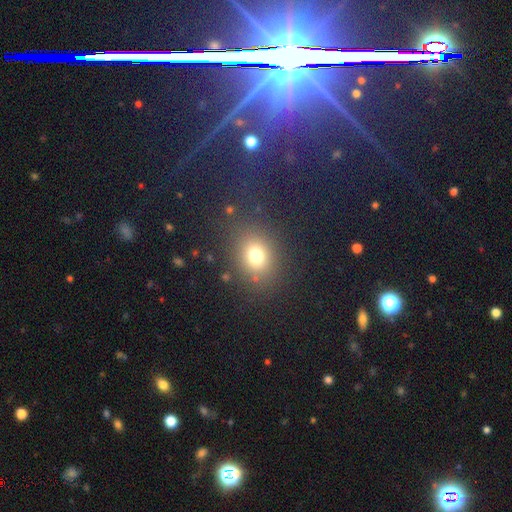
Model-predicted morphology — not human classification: A smooth galaxy with no disk features (74%) that is round (59%). Merging: none (80%).